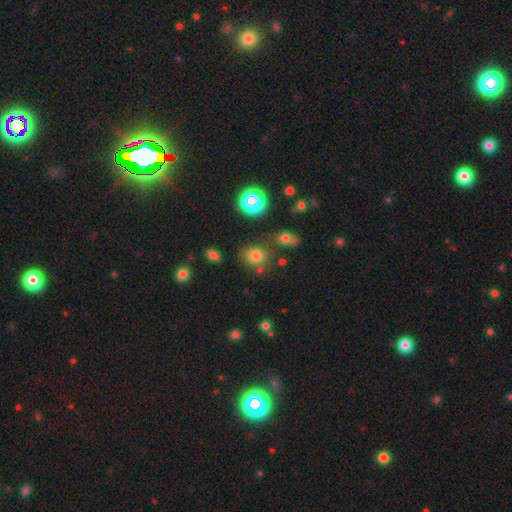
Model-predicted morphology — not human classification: Smooth or featured: smooth — 72% (star or artifact — 19%)
How rounded: round — 63% (in between — 36%)
Merging: none — 69% (minor disturbance — 15%)